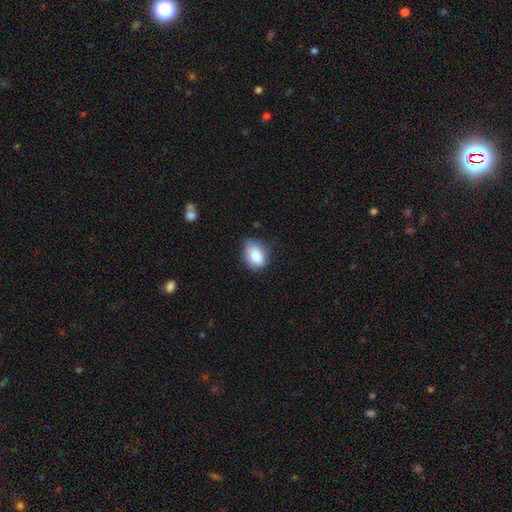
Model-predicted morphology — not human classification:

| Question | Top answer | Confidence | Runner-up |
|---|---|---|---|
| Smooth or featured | smooth | 86% | star or artifact (7%) |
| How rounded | in between | 76% | round (23%) |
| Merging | none | 65% | minor disturbance (29%) |